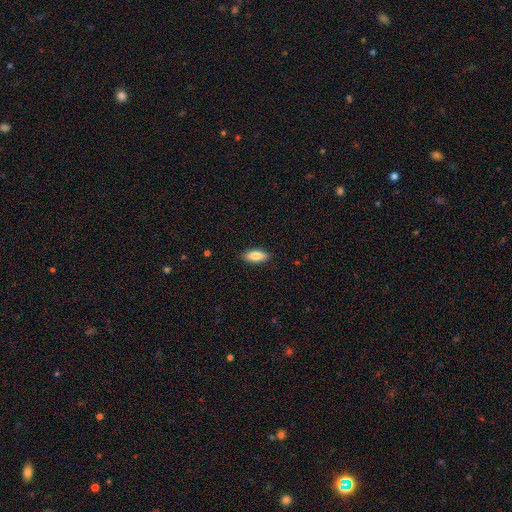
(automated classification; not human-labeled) smooth-or-featured: smooth: 83% | featured or disk: 11% | star or artifact: 6%
  how-rounded: in between: 76% | cigar-shaped: 22% | round: 2%
  merging: none: 88% | minor disturbance: 9% | major disturbance: 2% | merger: 1%